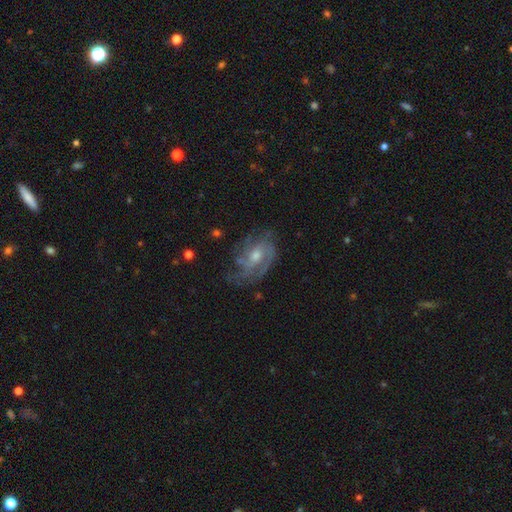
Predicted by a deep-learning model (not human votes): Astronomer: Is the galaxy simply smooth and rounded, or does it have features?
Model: featured or disk — 83%.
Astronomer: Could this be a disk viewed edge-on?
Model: no — 97%.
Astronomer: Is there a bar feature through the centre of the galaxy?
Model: no — 60%.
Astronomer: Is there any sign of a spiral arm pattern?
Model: yes — 94%.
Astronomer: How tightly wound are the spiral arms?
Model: tight — 46% (runner-up: medium, 41%).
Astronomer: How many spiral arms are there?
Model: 3 — 31% (runner-up: can't tell, 26%).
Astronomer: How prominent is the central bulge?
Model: moderate — 60%.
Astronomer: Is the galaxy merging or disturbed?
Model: none — 66%.